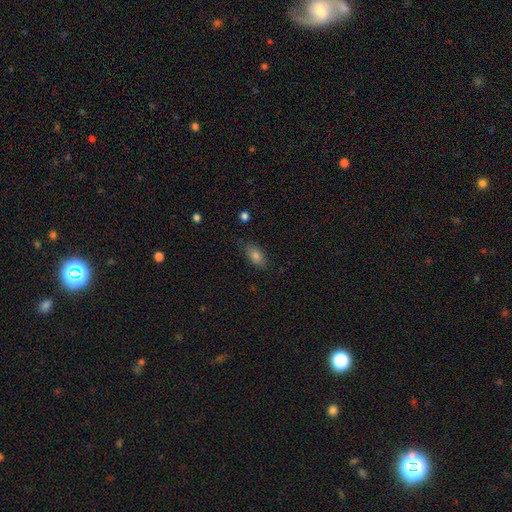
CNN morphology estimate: The model was most divided on "smooth or featured": smooth: 77%, featured or disk: 12%, star or artifact: 11%. More confident: how rounded — in between (88%); merging — none (81%).